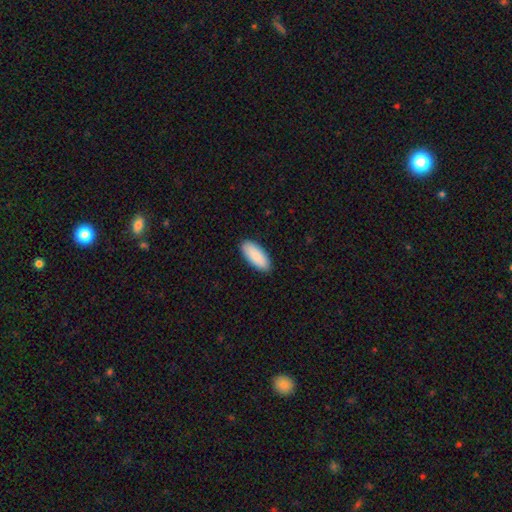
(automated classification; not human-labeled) smooth-or-featured: smooth: 91% | star or artifact: 5% | featured or disk: 4%
  how-rounded: in between: 85% | cigar-shaped: 13% | round: 2%
  merging: none: 89% | minor disturbance: 8% | major disturbance: 2% | merger: 1%